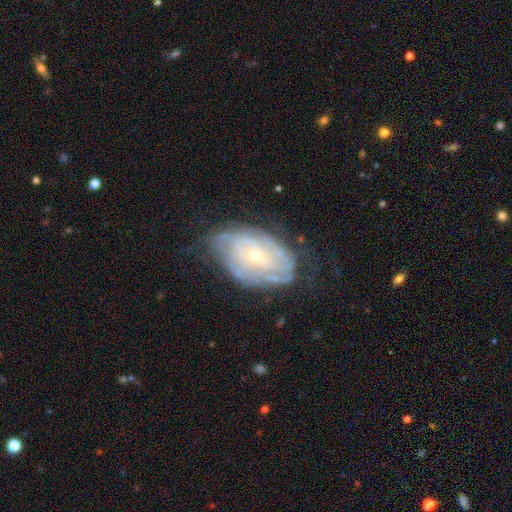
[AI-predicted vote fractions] A featured or disk galaxy (78%) with no bar (76%), tight (73%) spiral arms (88%) and a small central bulge (74%).

Vote fractions:
- Smooth or featured? featured or disk: 78% / smooth: 15% / star or artifact: 6%
- Edge-on disk? no: 96% / yes: 4%
- Bar? no: 76% / weak: 20% / strong: 4%
- Spiral arms? yes: 88% / no: 12%
- Spiral winding? tight: 73% / medium: 21% / loose: 6%
- Spiral arm count? can't tell: 53% / 2: 15% / 3: 11% / 4: 11% / more than 4: 6% / 1: 4%
- Bulge size? small: 74% / moderate: 22% / none: 2% / large: 1% / dominant: 1%
- Merging? none: 66% / minor disturbance: 24% / major disturbance: 9% / merger: 1%